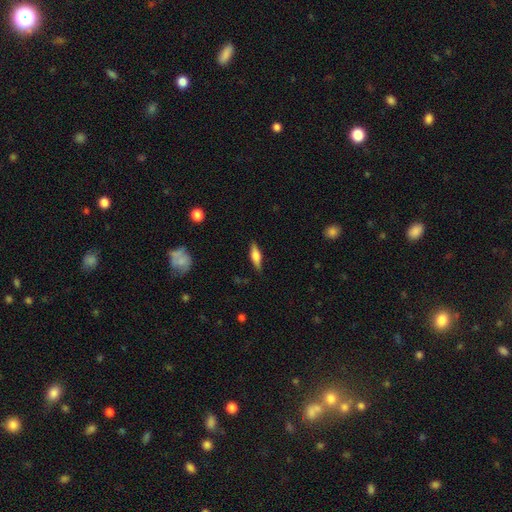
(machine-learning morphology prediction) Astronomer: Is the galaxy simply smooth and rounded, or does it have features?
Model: smooth — 52% (runner-up: featured or disk, 41%).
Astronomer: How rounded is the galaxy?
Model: cigar-shaped — 55% (runner-up: in between, 42%).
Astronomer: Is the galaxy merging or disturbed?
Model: none — 85%.